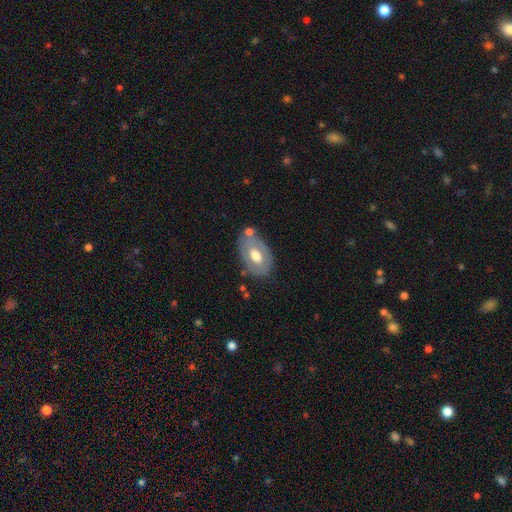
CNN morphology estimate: Smooth or featured: smooth — 49% (featured or disk — 46%)
Merging: none — 64% (minor disturbance — 19%)